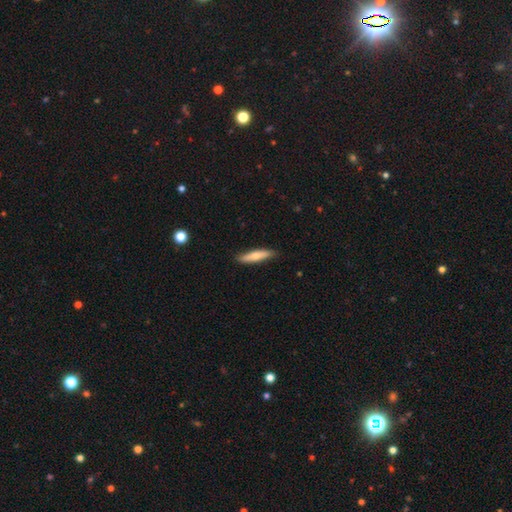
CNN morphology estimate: This is likely a smooth galaxy (68%). How rounded: clearly cigar-shaped (81%). Merging: clearly none (86%).